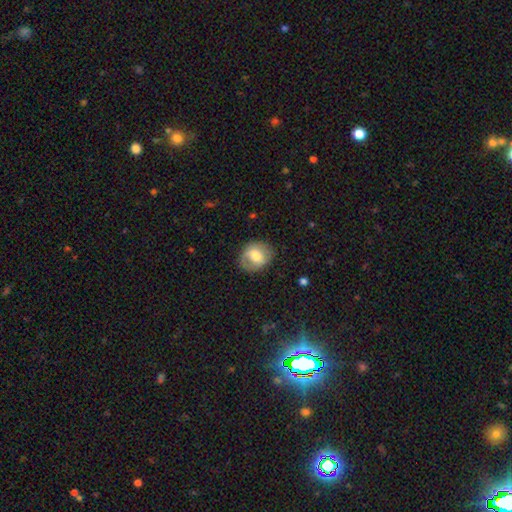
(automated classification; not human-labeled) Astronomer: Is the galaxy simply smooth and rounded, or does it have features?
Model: smooth — 56% (runner-up: featured or disk, 37%).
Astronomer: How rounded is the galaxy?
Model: round — 58% (runner-up: in between, 41%).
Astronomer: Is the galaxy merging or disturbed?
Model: none — 80%.